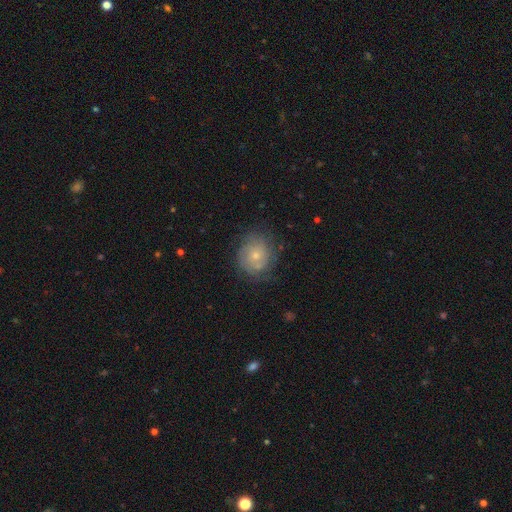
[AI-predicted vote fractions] This is possibly a featured or disk galaxy (46%). Merging: likely none (71%).